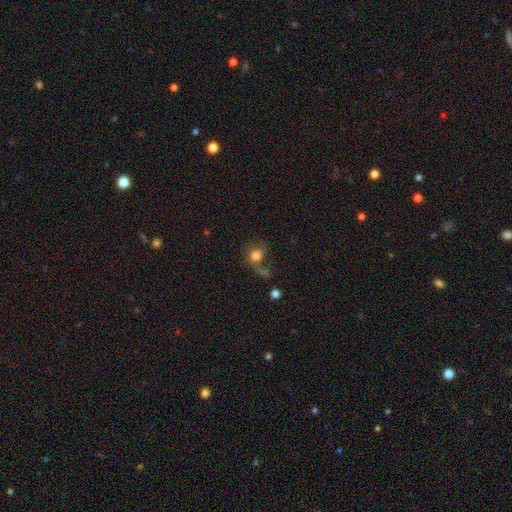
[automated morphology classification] Overall: smooth (72%). How rounded: round (65%; in between 34%). Merging: none (34%; major disturbance 27%).